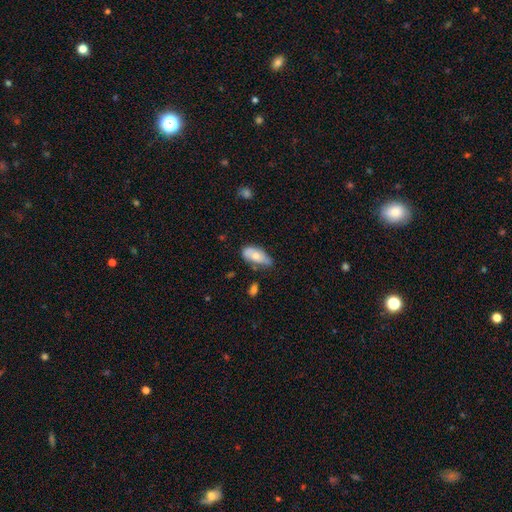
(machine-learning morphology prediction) smooth_or_featured: smooth (p=0.63) [alt: featured or disk p=0.30]
how_rounded: in between (p=0.89) [alt: cigar-shaped p=0.07]
merging: none (p=0.50) [alt: minor disturbance p=0.37]